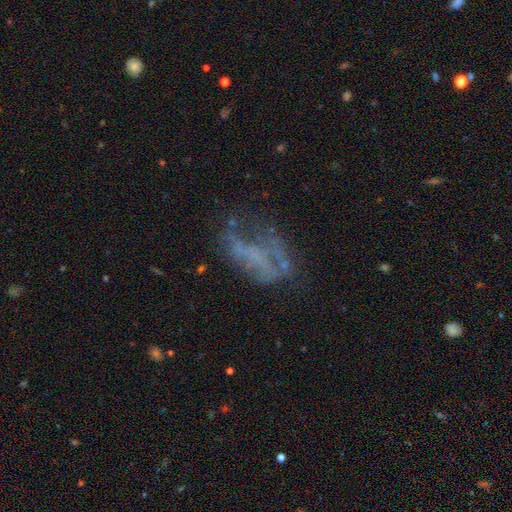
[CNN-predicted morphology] This is possibly a featured or disk galaxy (53%). It is clearly not viewed edge-on (95%). Bar: clearly no (83%). Spiral arm pattern: clearly no (82%). Central bulge: clearly none (82%). Merging: marginally major disturbance (39%).